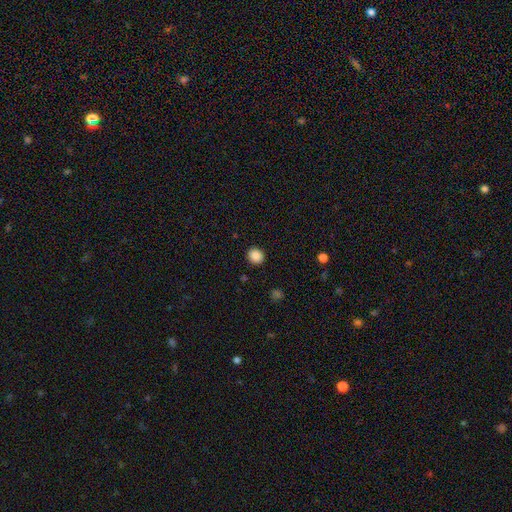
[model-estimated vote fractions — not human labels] smooth-or-featured: smooth: 88% | star or artifact: 10% | featured or disk: 2%
  how-rounded: round: 86% | in between: 13% | cigar-shaped: 1%
  merging: none: 92% | minor disturbance: 5% | major disturbance: 2% | merger: 1%